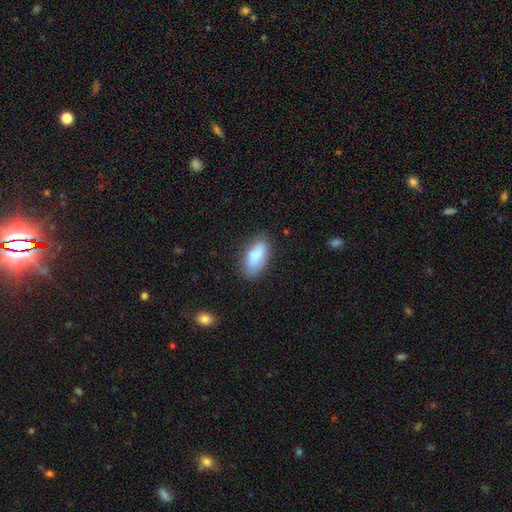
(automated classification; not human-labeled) Morphology: type=smooth (84%); roundness=in between (89%); merging=none (73%).